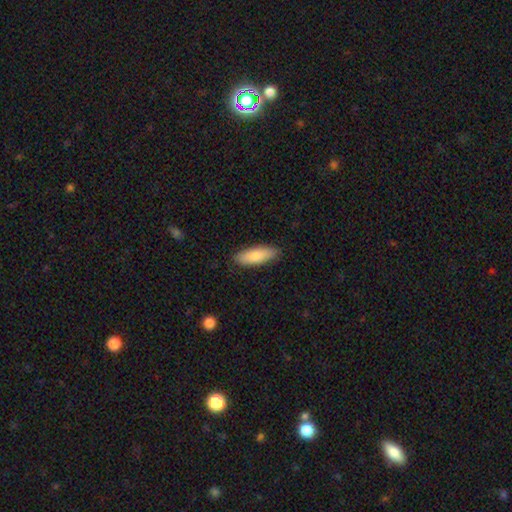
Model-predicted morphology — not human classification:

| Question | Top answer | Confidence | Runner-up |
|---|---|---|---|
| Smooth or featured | smooth | 85% | featured or disk (10%) |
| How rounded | in between | 58% | cigar-shaped (40%) |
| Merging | none | 87% | minor disturbance (10%) |